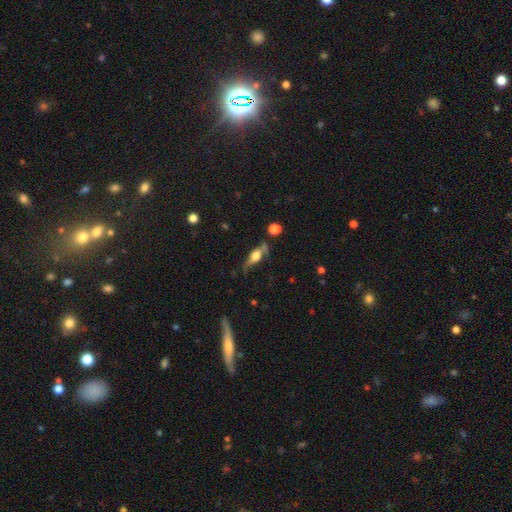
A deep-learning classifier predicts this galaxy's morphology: Q: Smooth or featured?
A: featured or disk (51%); runner-up: smooth (40%)
Q: Edge-on disk?
A: yes (80%); runner-up: no (20%)
Q: Merging?
A: none (59%); runner-up: minor disturbance (23%)